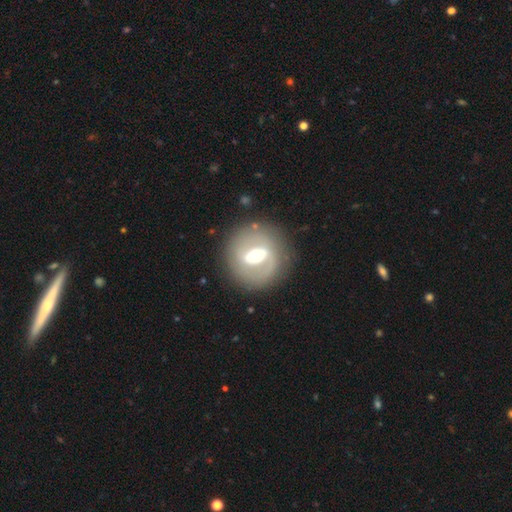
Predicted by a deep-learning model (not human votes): smooth-or-featured: featured or disk: 71% | smooth: 22% | star or artifact: 6%
  disk-edge-on: no: 94% | yes: 6%
    bar: strong: 48% | weak: 41% | no: 11%
    has-spiral-arms: yes: 60% | no: 40%
    bulge-size: moderate: 68% | small: 18% | large: 12% | dominant: 1% | none: 1%
  merging: none: 84% | minor disturbance: 10% | major disturbance: 5% | merger: 2%